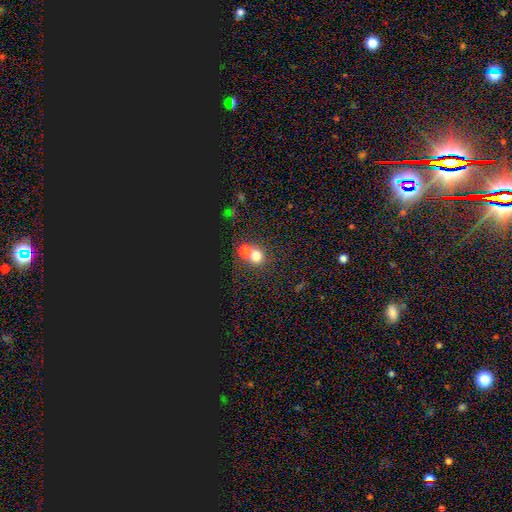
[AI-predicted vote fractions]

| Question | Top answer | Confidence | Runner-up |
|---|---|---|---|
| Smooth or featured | smooth | 69% | star or artifact (18%) |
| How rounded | round | 85% | in between (14%) |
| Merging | merger | 49% | none (42%) |